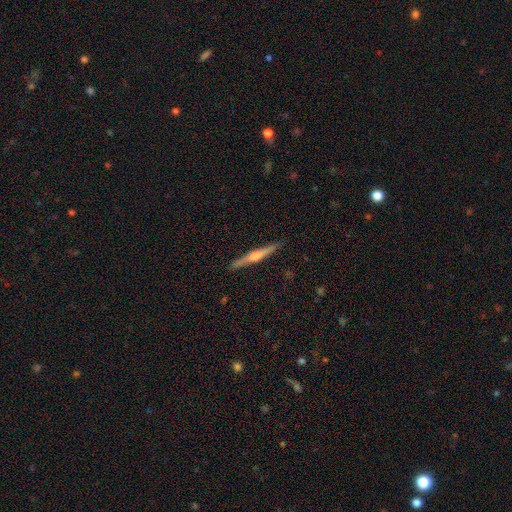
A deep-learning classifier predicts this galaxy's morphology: featured or disk 74%, smooth 20%, star or artifact 7%. Down the decision tree: edge-on disk — yes (98%); edge-on bulge — rounded (82%); merging — none (91%).